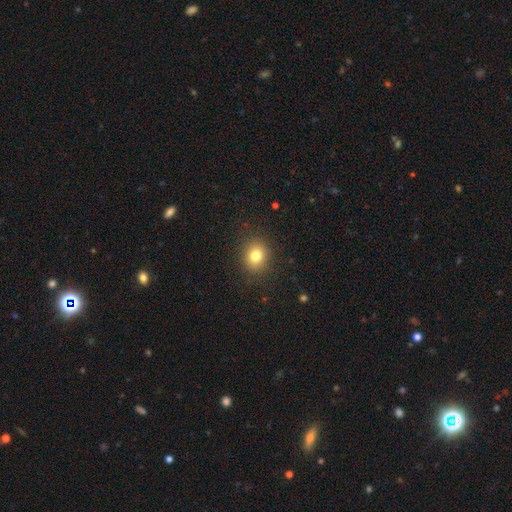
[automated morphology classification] A smooth galaxy with no disk features (79%) that is round (72%). Merging: none (88%).